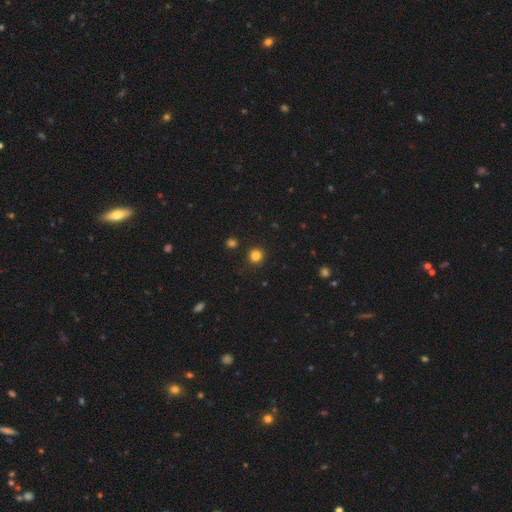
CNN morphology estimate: smooth 83%, star or artifact 14%, featured or disk 4%. Down the decision tree: how rounded — round (93%); merging — none (88%).